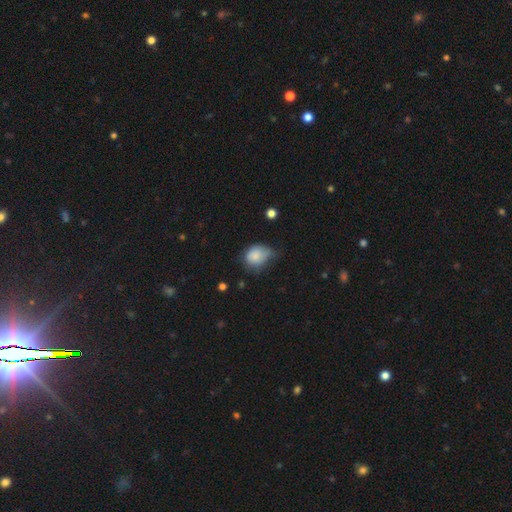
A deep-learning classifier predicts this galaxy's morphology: smooth 81%, featured or disk 10%, star or artifact 9%. Down the decision tree: how rounded — in between (52%); merging — minor disturbance (49%).